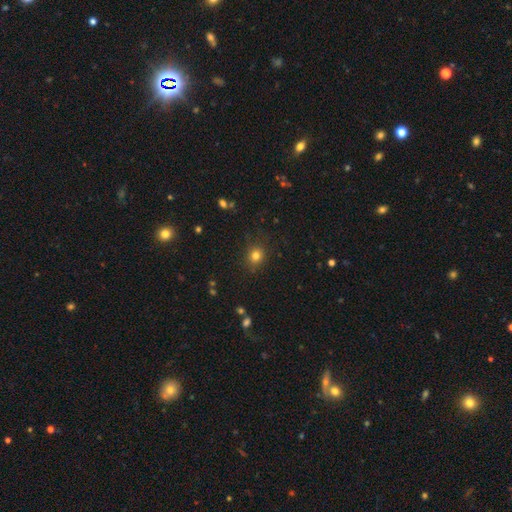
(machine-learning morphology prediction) Overall: smooth (80%). How rounded: round (77%). Merging: none (85%).